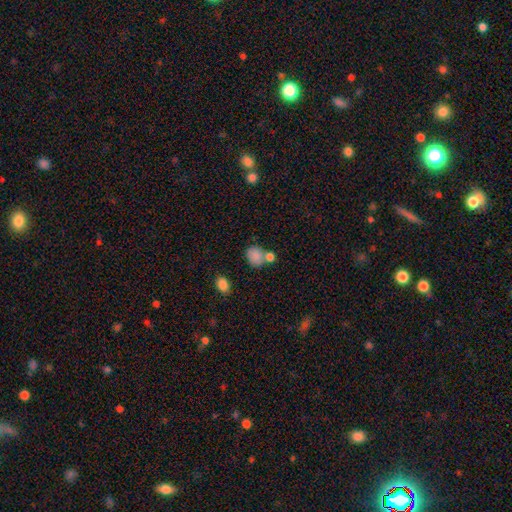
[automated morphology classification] This appears to be a smooth galaxy with no disk features (83%) that is round (55%). Merging: none (47%).